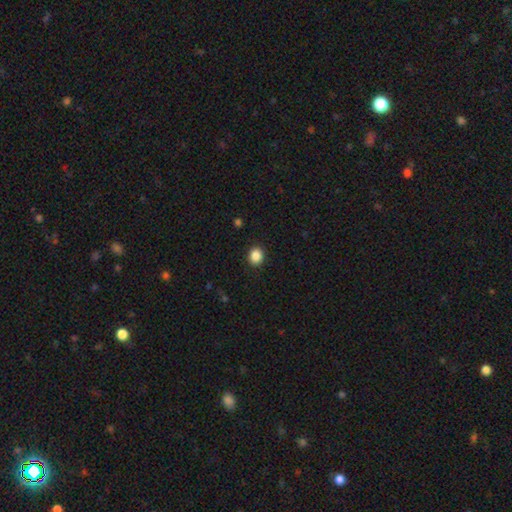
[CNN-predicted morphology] This appears to be a smooth galaxy with no disk features (87%) that is round (76%). Merging: none (91%).